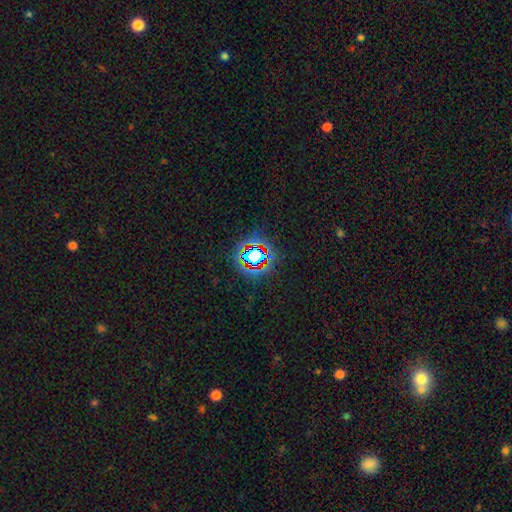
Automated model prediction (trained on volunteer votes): Smooth or featured?
  - star or artifact: 66% *
  - smooth: 21%
  - featured or disk: 13%